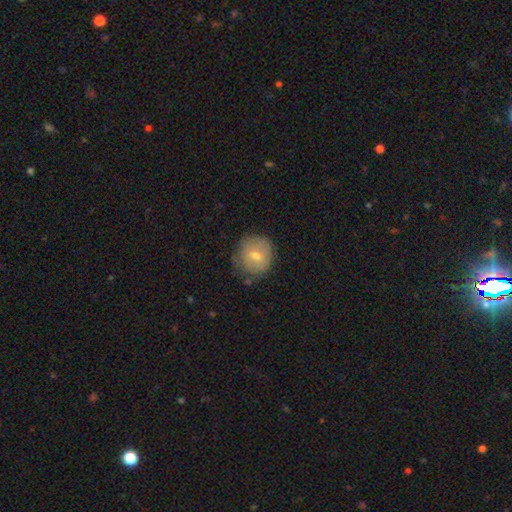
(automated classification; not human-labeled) This appears to be a smooth galaxy with no disk features (63%) that is round (86%). Merging: none (74%).